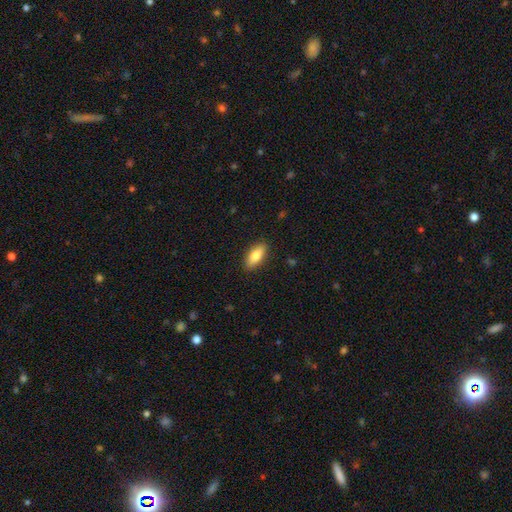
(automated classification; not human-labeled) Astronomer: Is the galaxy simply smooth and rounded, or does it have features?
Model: smooth — 79%.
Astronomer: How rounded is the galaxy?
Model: in between — 82%.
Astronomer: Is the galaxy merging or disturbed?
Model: none — 89%.